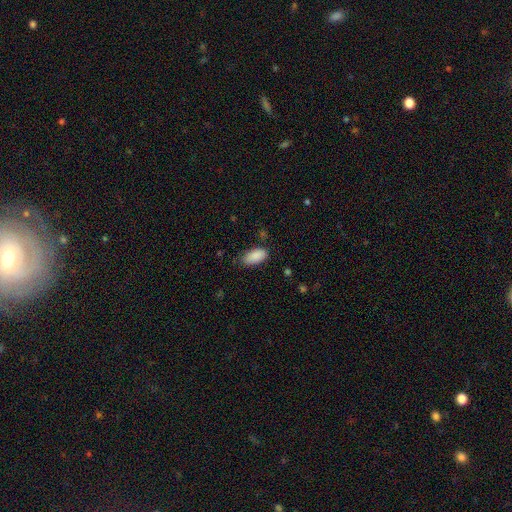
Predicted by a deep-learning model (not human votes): The model was most divided on "merging": none: 74%, minor disturbance: 20%, major disturbance: 4%, merger: 2%. More confident: how rounded — in between (93%); smooth or featured — smooth (89%).